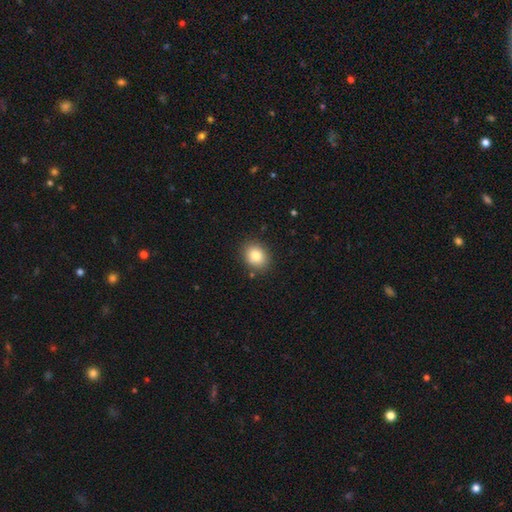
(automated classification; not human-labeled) Smooth or featured?
  - smooth: 82% *
  - star or artifact: 10%
  - featured or disk: 9%
How rounded?
  - round: 58% *
  - in between: 42%
  - cigar-shaped: 1%
Merging?
  - none: 87% *
  - minor disturbance: 9%
  - major disturbance: 2%
  - merger: 2%